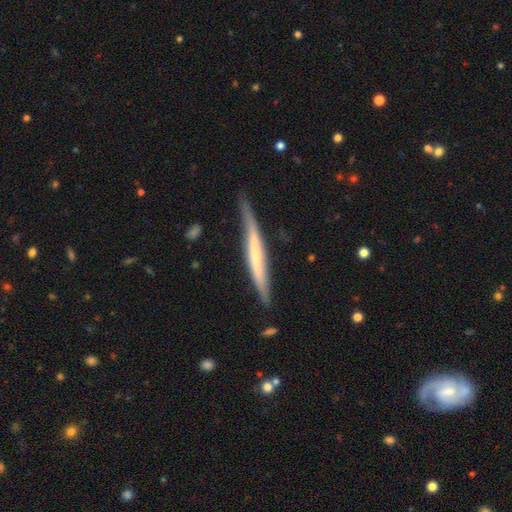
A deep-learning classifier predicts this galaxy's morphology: Smooth or featured? Predicted: featured or disk (p=0.54). Edge-on disk? Predicted: yes (p=0.94). Edge-on bulge? Predicted: none (p=0.69). Merging? Predicted: none (p=0.76).